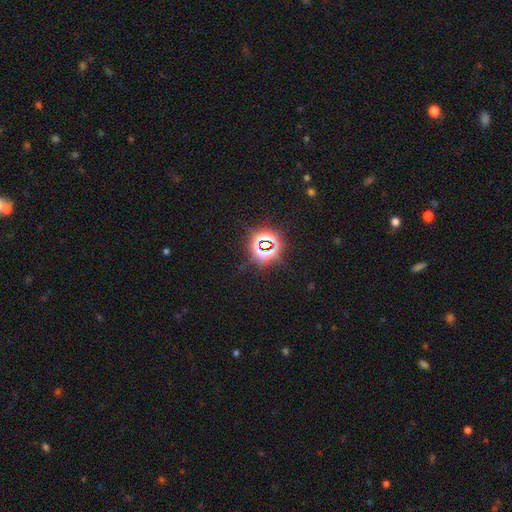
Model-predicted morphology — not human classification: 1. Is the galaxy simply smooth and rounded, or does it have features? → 79% star or artifact, 13% smooth, 8% featured or disk.